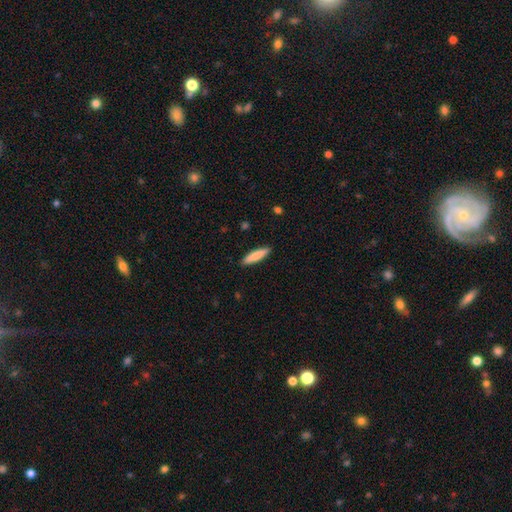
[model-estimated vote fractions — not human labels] Q: Smooth or featured?
A: smooth (83%); runner-up: featured or disk (12%)
Q: How rounded?
A: cigar-shaped (80%); runner-up: in between (19%)
Q: Merging?
A: none (90%); runner-up: minor disturbance (7%)